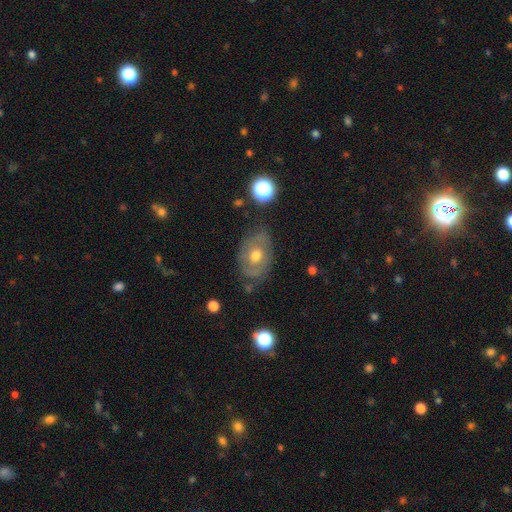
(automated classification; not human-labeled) This is possibly a featured or disk galaxy (53%). It is clearly not viewed edge-on (93%). Merging: likely none (70%).